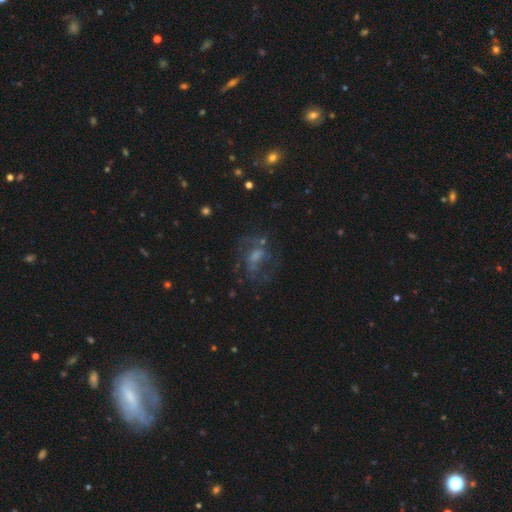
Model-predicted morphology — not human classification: The model was most divided on "bar": no: 48%, weak: 40%, strong: 12%. Remaining: edge-on disk — no (96%); spiral arms — yes (69%); smooth or featured — featured or disk (60%); merging — none (57%); bulge size — moderate (36%).